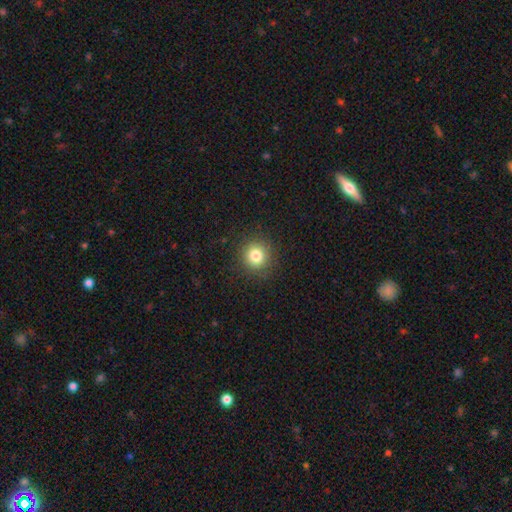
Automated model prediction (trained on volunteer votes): Q: Smooth or featured?
A: smooth (81%); runner-up: star or artifact (12%)
Q: How rounded?
A: round (91%); runner-up: in between (8%)
Q: Merging?
A: none (89%); runner-up: minor disturbance (7%)